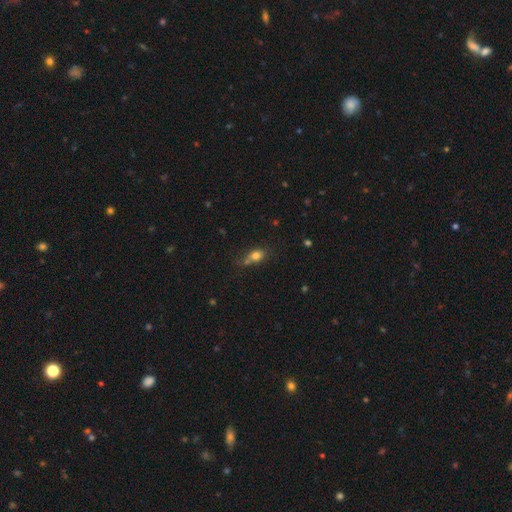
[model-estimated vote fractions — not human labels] Q: Smooth or featured?
A: smooth (77%); runner-up: star or artifact (12%)
Q: How rounded?
A: in between (70%); runner-up: round (24%)
Q: Merging?
A: none (50%); runner-up: minor disturbance (22%)